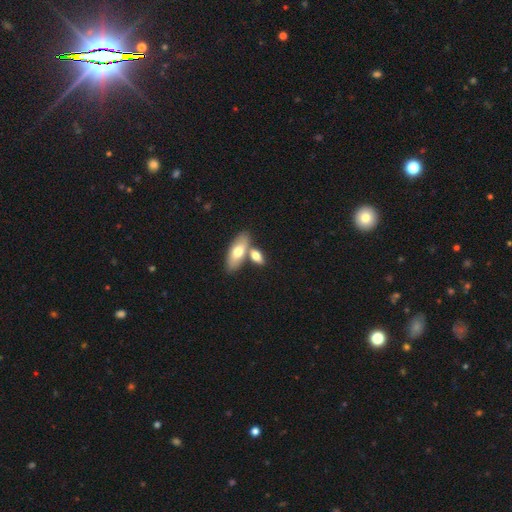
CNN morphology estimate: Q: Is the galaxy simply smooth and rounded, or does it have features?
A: smooth — 71%.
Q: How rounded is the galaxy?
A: in between — 77%.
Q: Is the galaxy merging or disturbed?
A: none — 47%.